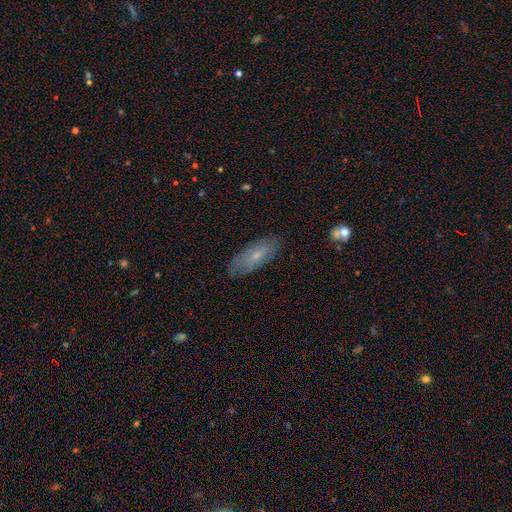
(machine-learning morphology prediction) smooth 55%, featured or disk 37%, star or artifact 7%. Down the decision tree: how rounded — in between (69%); merging — none (79%).